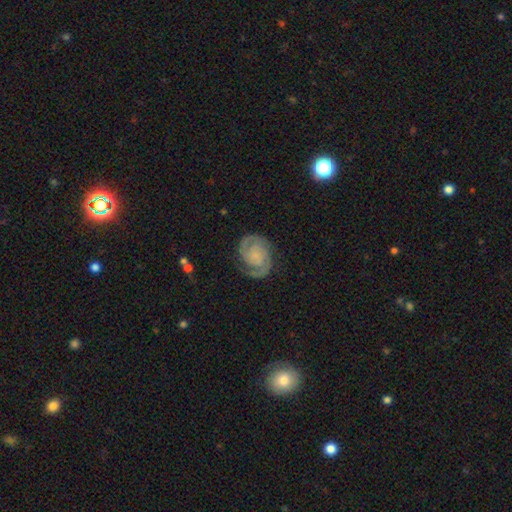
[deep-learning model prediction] Smooth or featured?
  - featured or disk: 88% *
  - smooth: 7%
  - star or artifact: 5%
Edge-on disk?
  - no: 98% *
  - yes: 2%
Bar?
  - no: 67% *
  - weak: 27%
  - strong: 7%
Spiral arms?
  - yes: 98% *
  - no: 2%
Spiral winding?
  - tight: 50% *
  - medium: 41%
  - loose: 8%
Spiral arm count?
  - 2: 90% *
  - can't tell: 3%
  - 3: 2%
  - 1: 2%
  - 4: 1%
  - more than 4: 1%
Bulge size?
  - small: 42% *
  - none: 40%
  - moderate: 13%
  - large: 4%
  - dominant: 2%
Merging?
  - none: 78% *
  - minor disturbance: 15%
  - major disturbance: 6%
  - merger: 1%